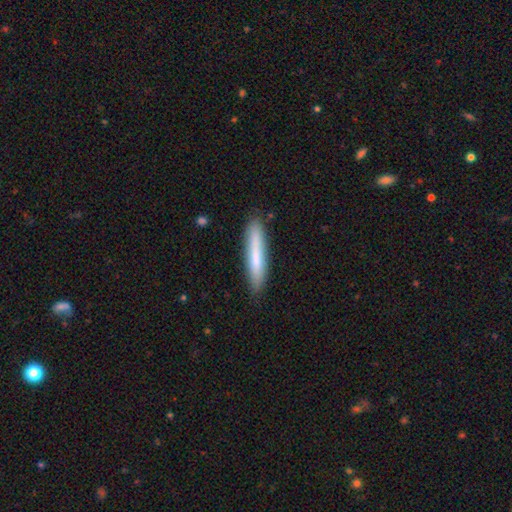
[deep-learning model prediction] The model was most divided on "smooth or featured": smooth: 73%, featured or disk: 21%, star or artifact: 6%. More confident: how rounded — cigar-shaped (92%); merging — none (85%).